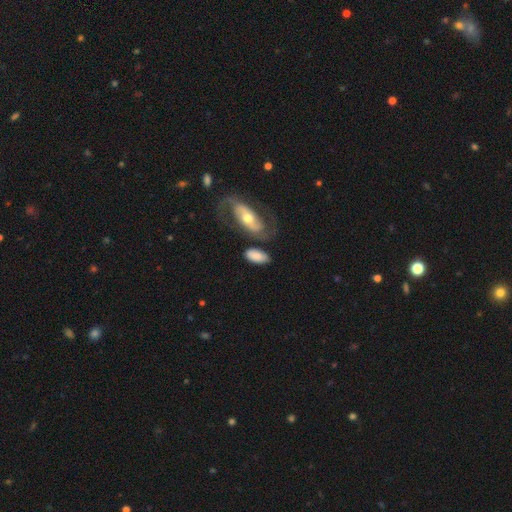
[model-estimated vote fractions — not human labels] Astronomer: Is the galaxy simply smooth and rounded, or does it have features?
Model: smooth — 71%.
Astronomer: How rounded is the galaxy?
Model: in between — 91%.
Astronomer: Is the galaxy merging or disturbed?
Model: none — 60%.